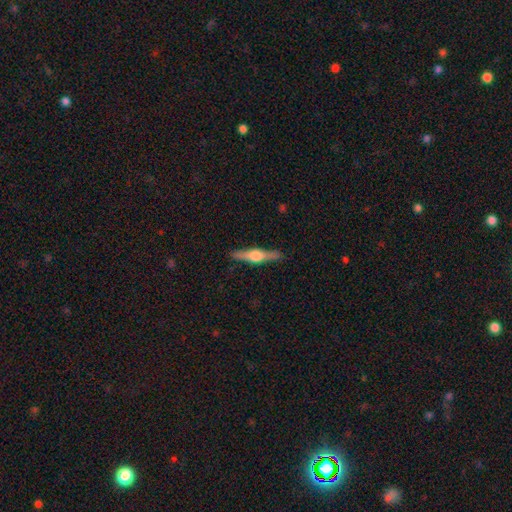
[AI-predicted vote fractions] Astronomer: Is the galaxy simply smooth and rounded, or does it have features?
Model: featured or disk — 73%.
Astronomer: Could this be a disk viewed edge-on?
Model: yes — 98%.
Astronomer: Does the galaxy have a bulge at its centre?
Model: rounded — 93%.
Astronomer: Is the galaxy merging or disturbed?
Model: none — 90%.